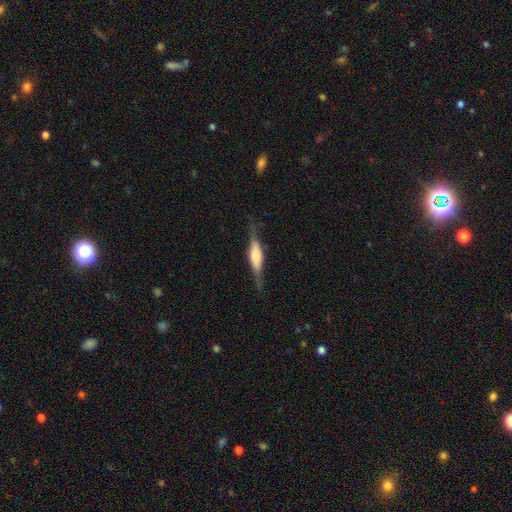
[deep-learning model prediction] Morphology: type=featured or disk (56%); edge-on=yes (94%); edge-on bulge=boxy (46%, tied with rounded); merging=none (79%).